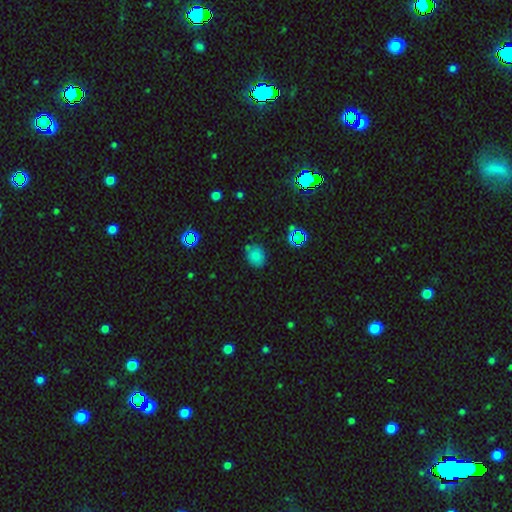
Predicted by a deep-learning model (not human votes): The model was most divided on "how rounded": round: 52%, in between: 47%, cigar-shaped: 1%. More confident: smooth or featured — smooth (75%); merging — none (73%).